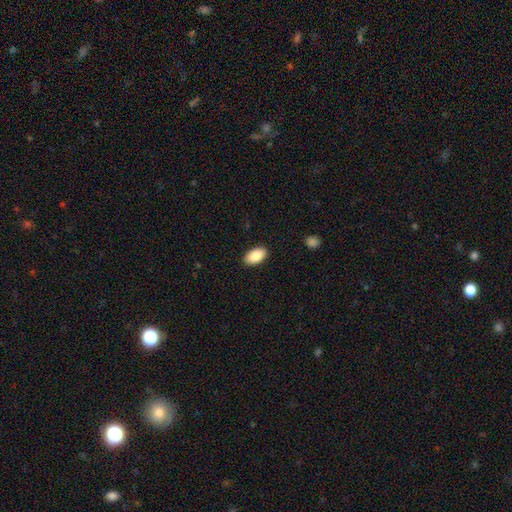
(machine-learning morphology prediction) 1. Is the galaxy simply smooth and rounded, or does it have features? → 86% smooth, 7% featured or disk, 7% star or artifact.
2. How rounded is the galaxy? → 95% in between, 4% round, 2% cigar-shaped.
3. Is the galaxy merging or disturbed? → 89% none, 8% minor disturbance, 2% major disturbance, 1% merger.